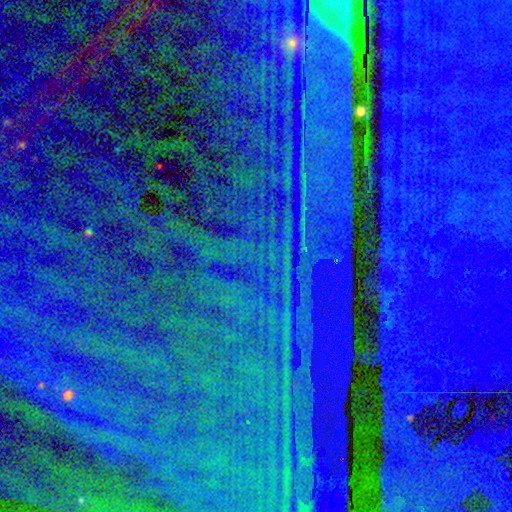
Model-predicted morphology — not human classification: Smooth or featured? star or artifact (87%)